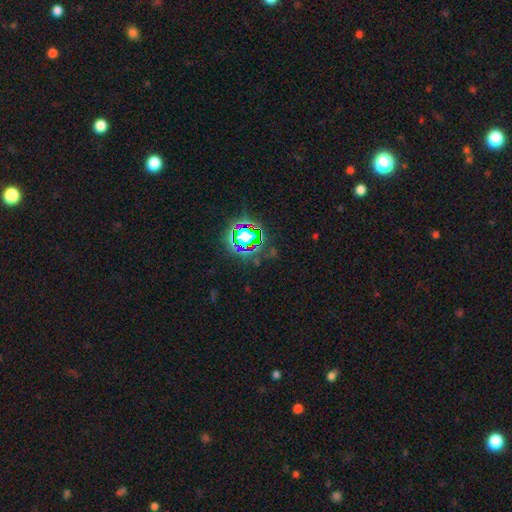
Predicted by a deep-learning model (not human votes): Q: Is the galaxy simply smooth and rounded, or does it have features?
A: star or artifact — 79%.